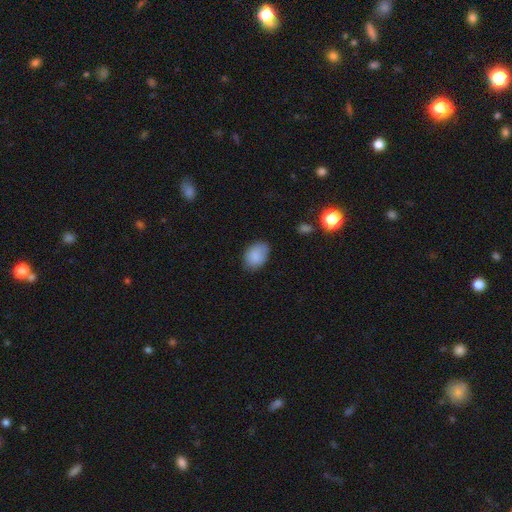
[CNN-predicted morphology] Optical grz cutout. It shows a smooth galaxy with no disk features (87%) that is in between round and cigar-shaped (83%). Merging: none (76%).